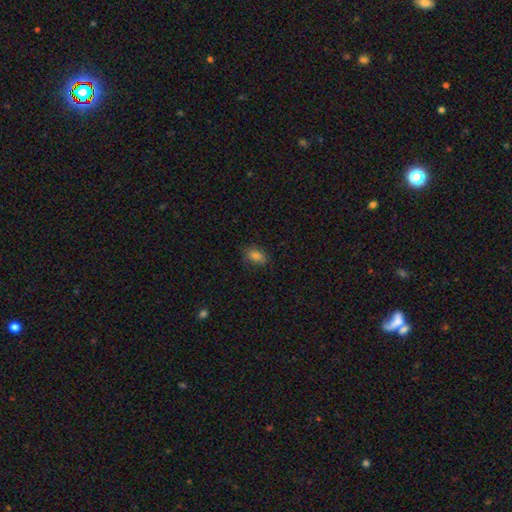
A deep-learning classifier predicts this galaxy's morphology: smooth-or-featured: smooth: 79% | star or artifact: 14% | featured or disk: 8%
  how-rounded: in between: 83% | round: 13% | cigar-shaped: 4%
  merging: none: 78% | minor disturbance: 17% | major disturbance: 4% | merger: 1%